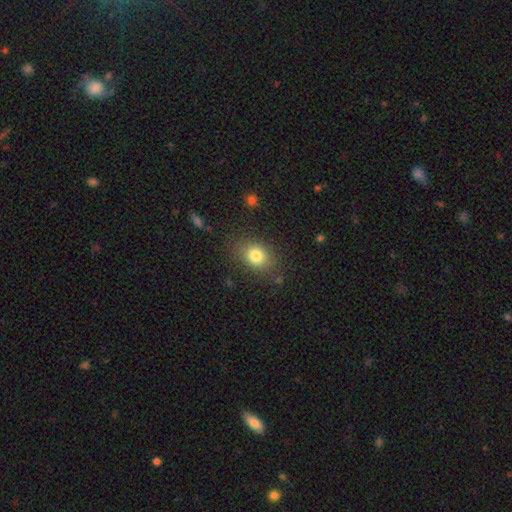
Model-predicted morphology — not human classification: Smooth or featured? smooth (80%)
How rounded? in between (61%)
Merging? none (79%)